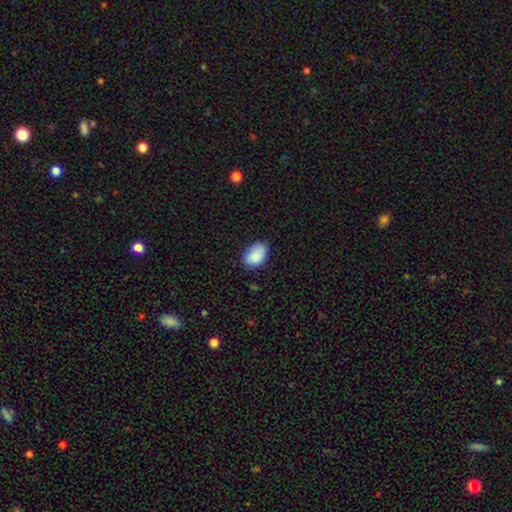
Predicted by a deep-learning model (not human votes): smooth-or-featured: smooth: 89% | star or artifact: 7% | featured or disk: 5%
  how-rounded: in between: 91% | round: 8% | cigar-shaped: 1%
  merging: none: 75% | minor disturbance: 21% | major disturbance: 3% | merger: 1%